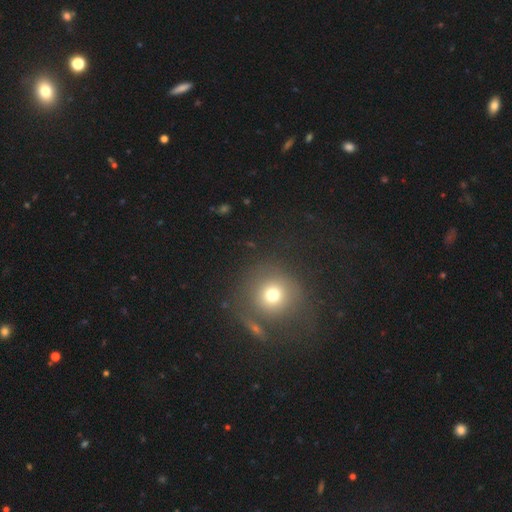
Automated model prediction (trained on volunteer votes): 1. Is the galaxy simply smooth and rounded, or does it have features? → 55% smooth, 30% star or artifact, 15% featured or disk.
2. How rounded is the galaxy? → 91% round, 8% in between, 1% cigar-shaped.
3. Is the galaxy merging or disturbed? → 76% none, 11% minor disturbance, 8% major disturbance, 5% merger.